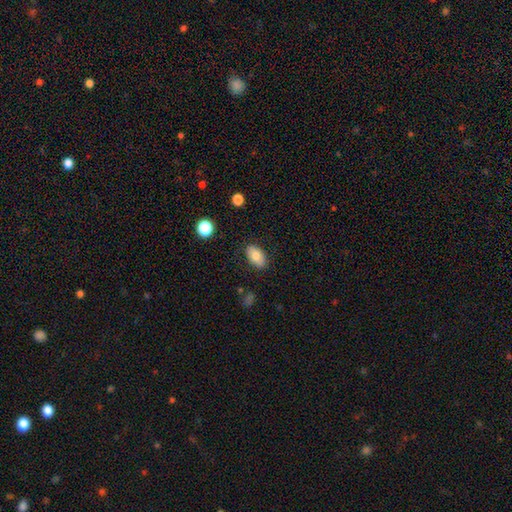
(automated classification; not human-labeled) Smooth or featured?
  - smooth: 79% *
  - featured or disk: 14%
  - star or artifact: 8%
How rounded?
  - in between: 91% *
  - round: 7%
  - cigar-shaped: 2%
Merging?
  - none: 84% *
  - minor disturbance: 12%
  - major disturbance: 3%
  - merger: 1%